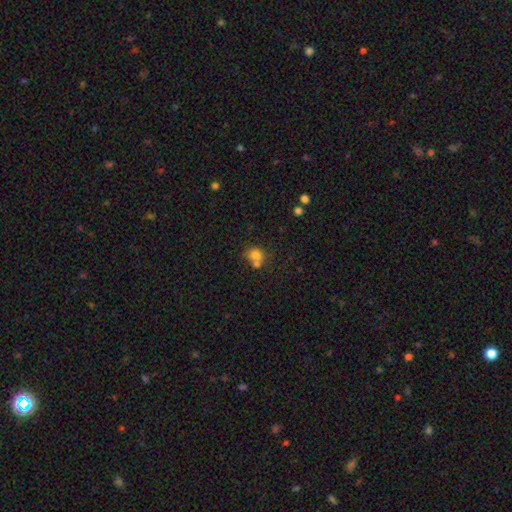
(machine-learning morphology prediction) This is likely a smooth galaxy (77%). How rounded: likely round (74%). Merging: possibly none (47%).